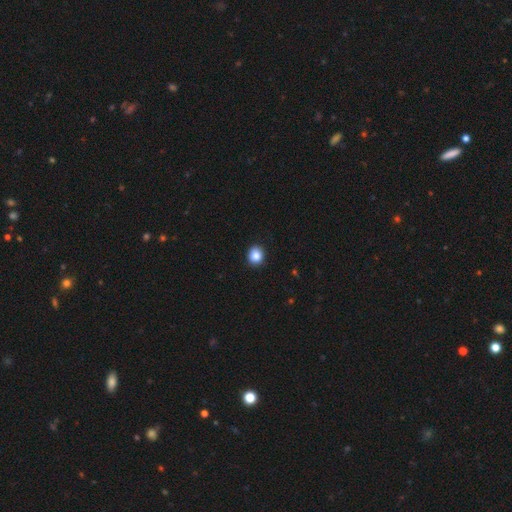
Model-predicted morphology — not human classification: Overall: smooth (86%). How rounded: round (79%). Merging: none (91%).